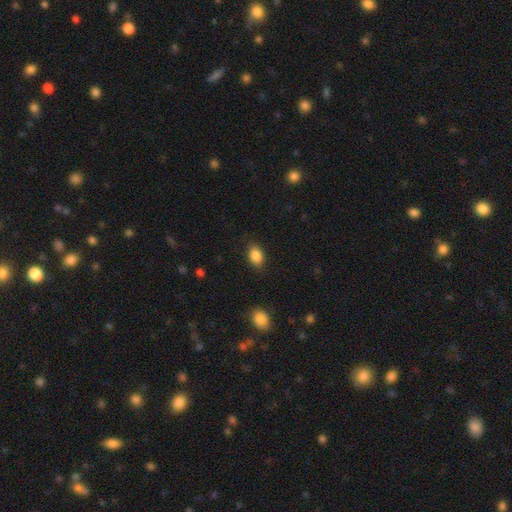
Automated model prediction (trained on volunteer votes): Q: Smooth or featured?
A: smooth (88%); runner-up: star or artifact (8%)
Q: How rounded?
A: in between (84%); runner-up: round (15%)
Q: Merging?
A: none (85%); runner-up: minor disturbance (11%)